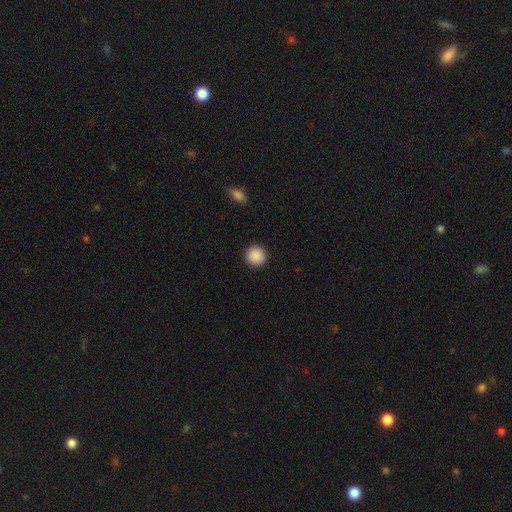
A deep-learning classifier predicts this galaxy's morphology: The model was most divided on "smooth or featured": smooth: 90%, star or artifact: 8%, featured or disk: 2%. More confident: how rounded — round (95%); merging — none (93%).